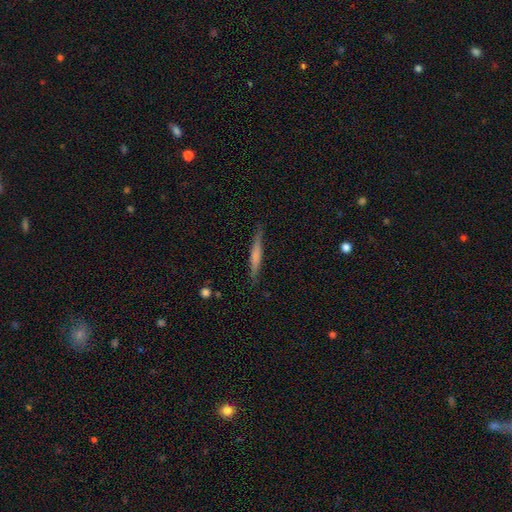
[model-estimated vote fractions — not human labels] smooth-or-featured: smooth: 53% | featured or disk: 41% | star or artifact: 6%
  how-rounded: cigar-shaped: 94% | in between: 4% | round: 1%
  merging: none: 86% | minor disturbance: 10% | major disturbance: 2% | merger: 1%